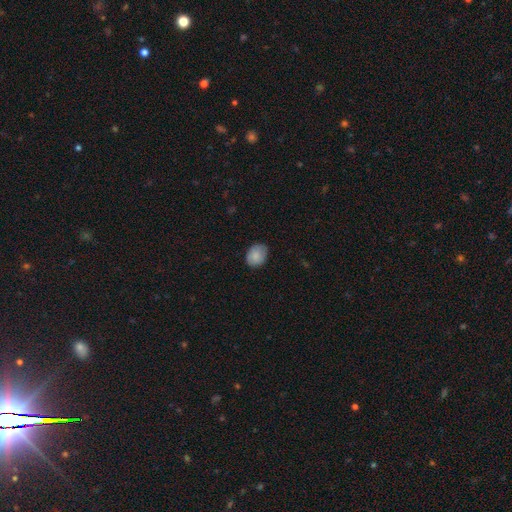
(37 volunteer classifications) smooth 89%, featured or disk 5%, star or artifact 5%. Down the decision tree: how rounded — round (61%); merging — none (77%).